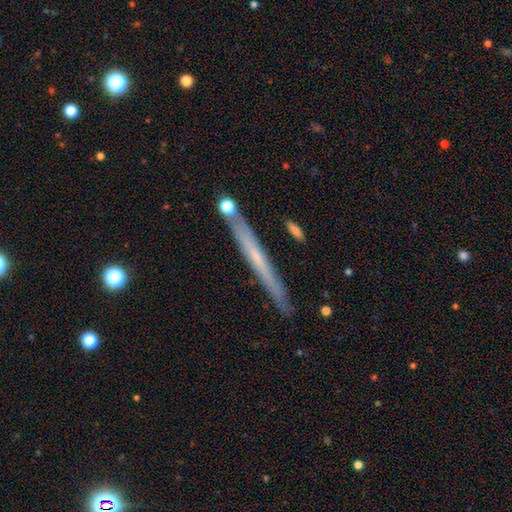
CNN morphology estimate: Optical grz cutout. It shows a featured or disk galaxy (52%) viewed edge-on (95%). Merging: none (85%).